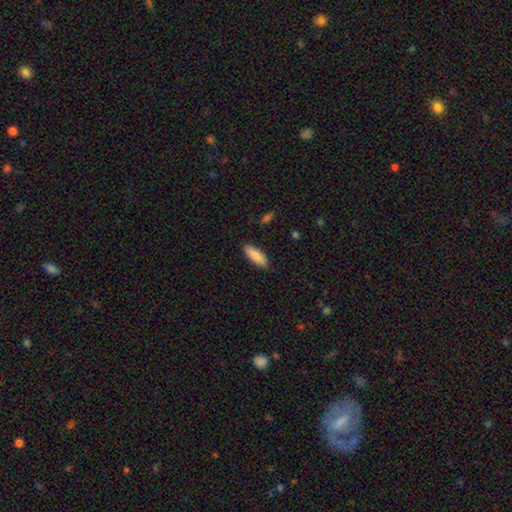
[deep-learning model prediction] Morphology: type=smooth (88%); roundness=in between (66%); merging=none (88%).